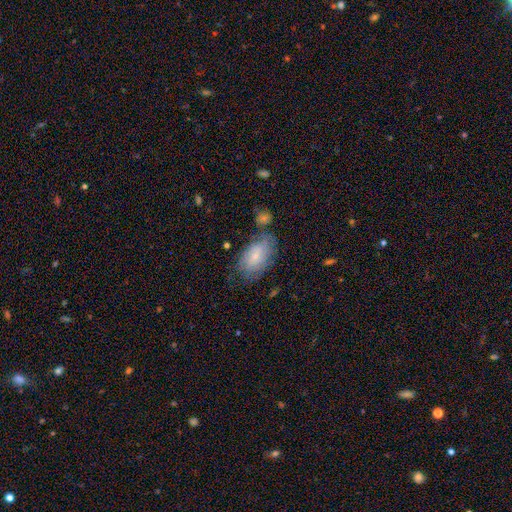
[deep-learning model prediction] Smooth or featured?
  - smooth: 53% *
  - featured or disk: 39%
  - star or artifact: 8%
How rounded?
  - in between: 91% *
  - round: 6%
  - cigar-shaped: 2%
Merging?
  - none: 59% *
  - minor disturbance: 24%
  - major disturbance: 9%
  - merger: 9%